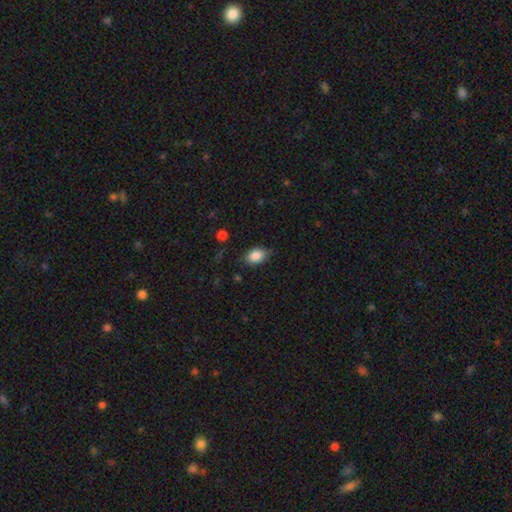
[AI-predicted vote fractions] Q: Smooth or featured?
A: smooth (86%); runner-up: star or artifact (8%)
Q: How rounded?
A: in between (76%); runner-up: round (22%)
Q: Merging?
A: none (74%); runner-up: minor disturbance (20%)